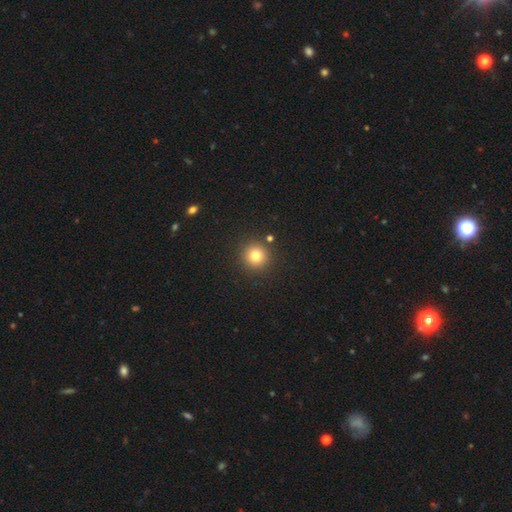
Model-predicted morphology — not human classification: Q: Smooth or featured?
A: smooth (80%); runner-up: star or artifact (13%)
Q: How rounded?
A: round (95%); runner-up: in between (5%)
Q: Merging?
A: none (89%); runner-up: minor disturbance (6%)